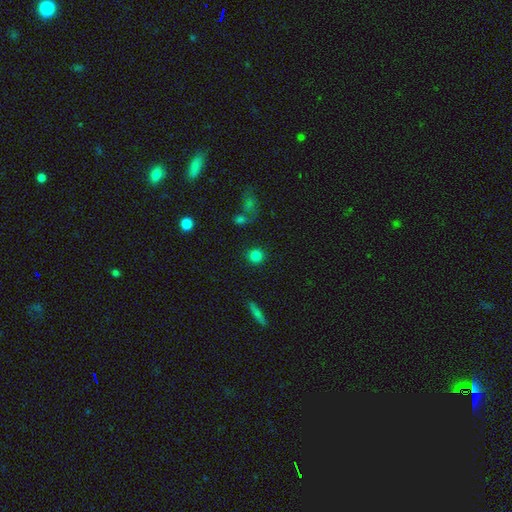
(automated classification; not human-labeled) Smooth or featured: smooth — 83% (star or artifact — 11%)
How rounded: round — 92% (in between — 7%)
Merging: none — 87% (minor disturbance — 7%)